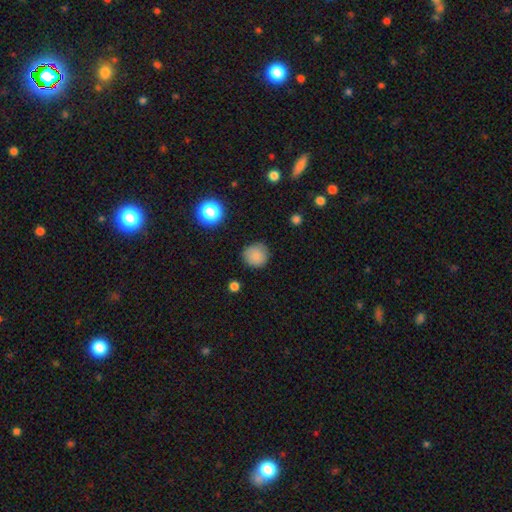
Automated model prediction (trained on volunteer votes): The model was most divided on "smooth or featured": smooth: 85%, star or artifact: 10%, featured or disk: 4%. More confident: how rounded — round (93%); merging — none (85%).